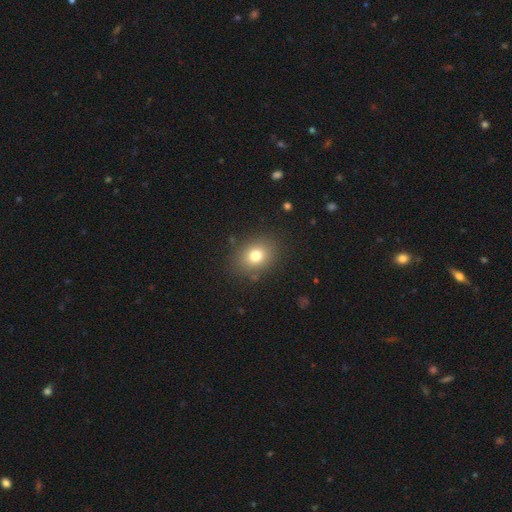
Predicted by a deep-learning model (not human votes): A smooth galaxy with no disk features (77%) that is round (50%).

Vote fractions:
- Smooth or featured? smooth: 77% / star or artifact: 12% / featured or disk: 10%
- How rounded? round: 50% / in between: 49% / cigar-shaped: 1%
- Merging? none: 85% / minor disturbance: 10% / major disturbance: 4% / merger: 2%